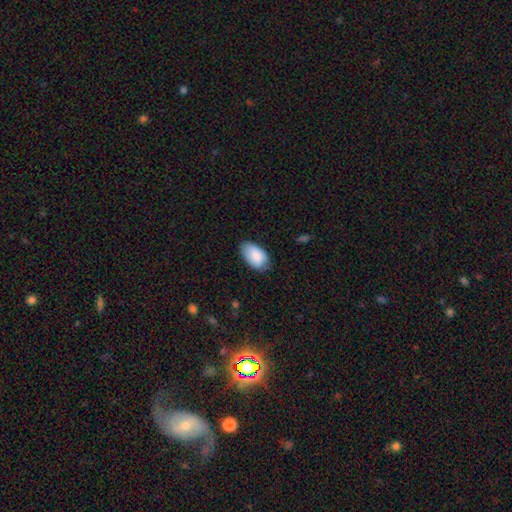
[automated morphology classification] smooth-or-featured: smooth: 88% | star or artifact: 6% | featured or disk: 6%
  how-rounded: in between: 95% | round: 4% | cigar-shaped: 1%
  merging: none: 74% | minor disturbance: 21% | major disturbance: 3% | merger: 1%